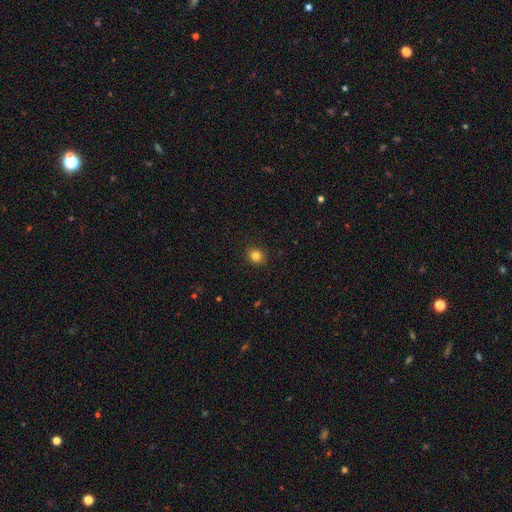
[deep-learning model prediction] This is clearly a smooth galaxy (84%). How rounded: likely round (75%). Merging: clearly none (90%).